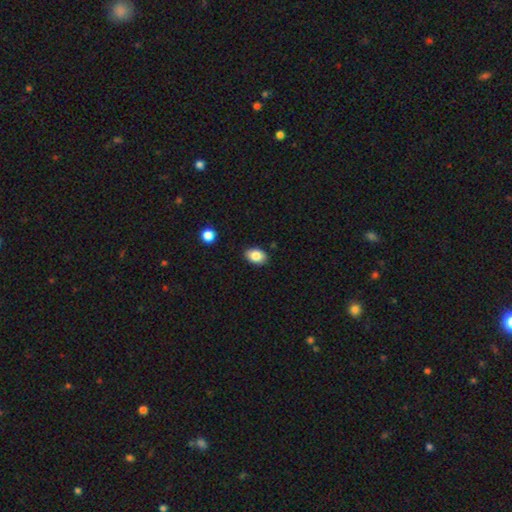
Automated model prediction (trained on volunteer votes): A smooth galaxy with no disk features (86%) that is in between round and cigar-shaped (82%).

Vote fractions:
- Smooth or featured? smooth: 86% / star or artifact: 8% / featured or disk: 6%
- How rounded? in between: 82% / round: 17% / cigar-shaped: 1%
- Merging? none: 87% / minor disturbance: 10% / major disturbance: 2% / merger: 2%